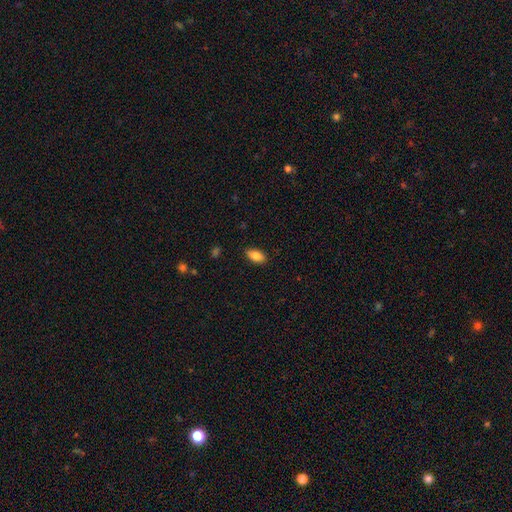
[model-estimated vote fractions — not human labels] smooth-or-featured: smooth: 84% | featured or disk: 8% | star or artifact: 7%
  how-rounded: in between: 90% | cigar-shaped: 7% | round: 3%
  merging: none: 86% | minor disturbance: 11% | major disturbance: 2% | merger: 1%